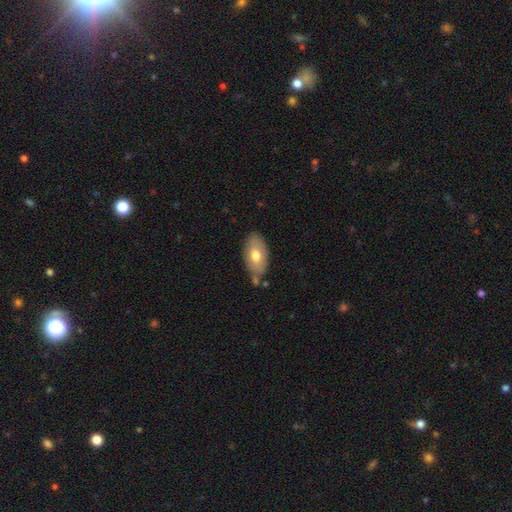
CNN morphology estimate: Q: Smooth or featured?
A: smooth (69%); runner-up: featured or disk (25%)
Q: How rounded?
A: in between (93%); runner-up: round (4%)
Q: Merging?
A: none (69%); runner-up: minor disturbance (19%)